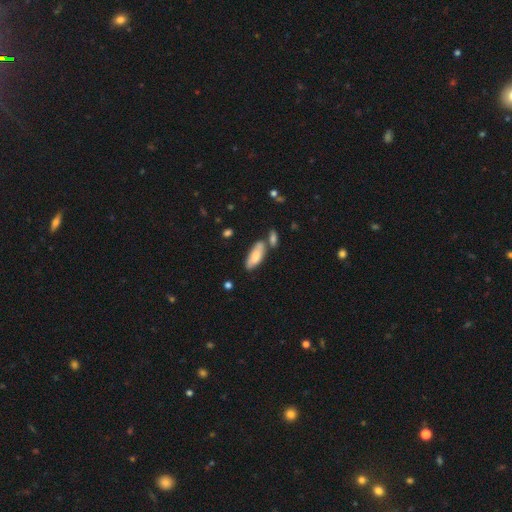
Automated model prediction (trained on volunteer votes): The model was most divided on "merging": none: 56%, merger: 21%, minor disturbance: 18%, major disturbance: 5%. More confident: smooth or featured — smooth (76%); how rounded — in between (76%).